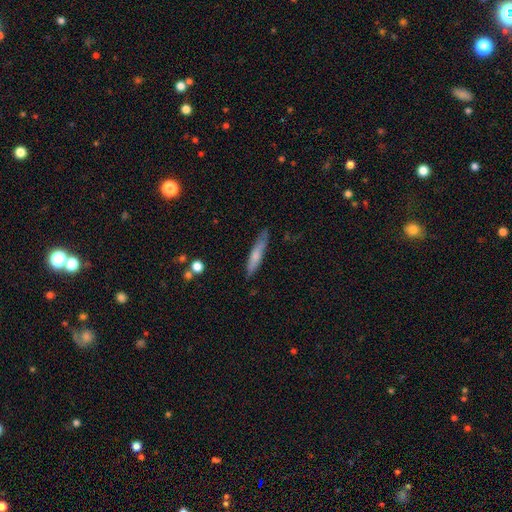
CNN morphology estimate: smooth-or-featured: smooth: 65% | featured or disk: 29% | star or artifact: 6%
  how-rounded: cigar-shaped: 88% | in between: 10% | round: 2%
  merging: none: 78% | minor disturbance: 17% | major disturbance: 3% | merger: 2%